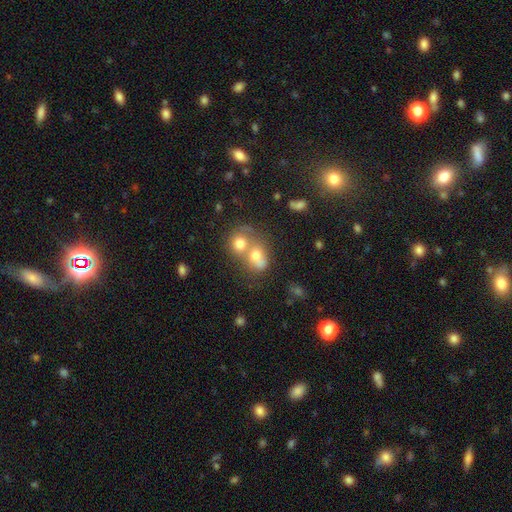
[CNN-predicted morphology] type=smooth (63%); roundness=round (57%); merging=merger (68%).